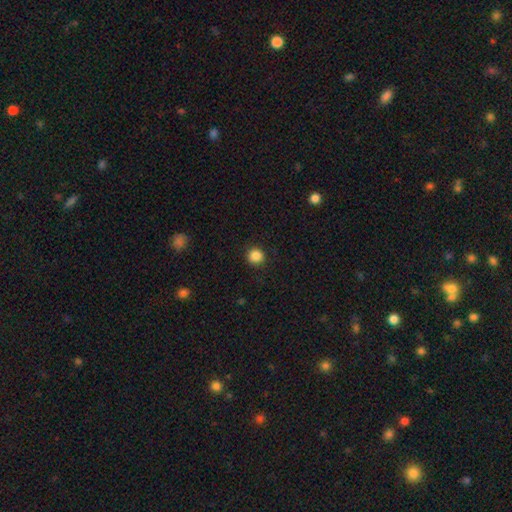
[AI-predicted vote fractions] smooth-or-featured: smooth: 86% | star or artifact: 11% | featured or disk: 3%
  how-rounded: round: 94% | in between: 5% | cigar-shaped: 1%
  merging: none: 91% | minor disturbance: 6% | major disturbance: 2% | merger: 1%